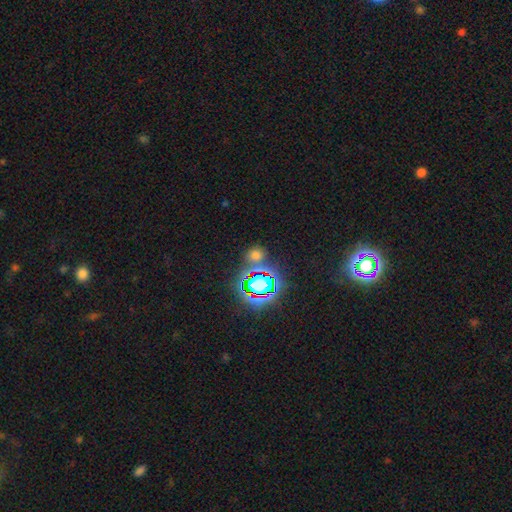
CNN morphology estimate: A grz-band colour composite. It shows a smooth galaxy with no disk features (48%). Merging: none (74%).